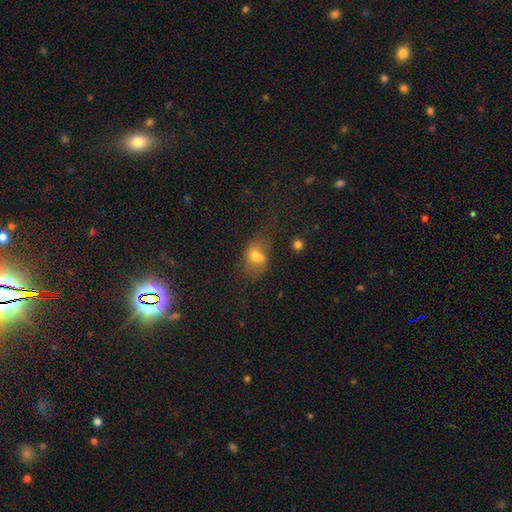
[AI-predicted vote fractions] Q: Smooth or featured?
A: smooth (67%); runner-up: featured or disk (20%)
Q: How rounded?
A: in between (57%); runner-up: round (41%)
Q: Merging?
A: merger (42%); runner-up: none (31%)